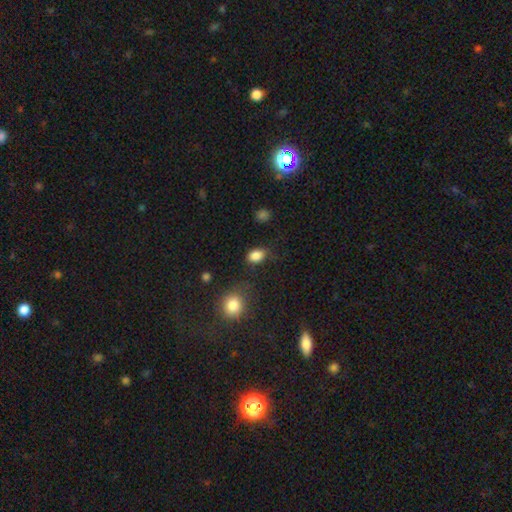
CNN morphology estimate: The model was most divided on "merging": none: 70%, minor disturbance: 21%, major disturbance: 7%, merger: 3%. More confident: smooth or featured — smooth (86%); how rounded — in between (75%).